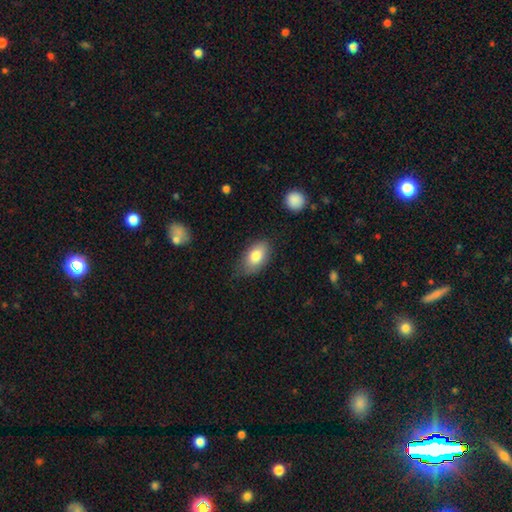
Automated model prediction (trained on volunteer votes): Morphology: type=smooth (81%); roundness=in between (90%); merging=none (71%).